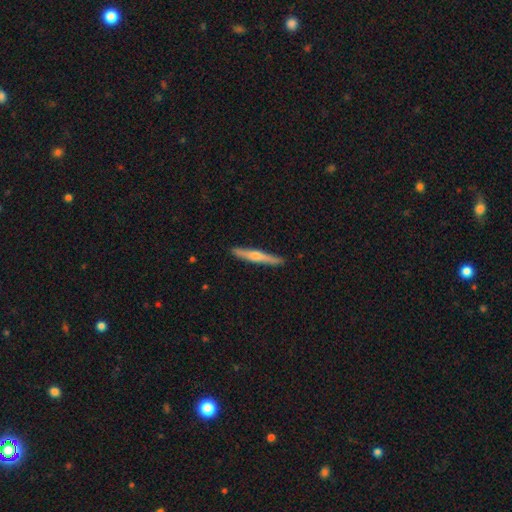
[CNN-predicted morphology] Smooth or featured? featured or disk (59%)
Edge-on disk? yes (97%)
Edge-on bulge? rounded (82%)
Merging? none (91%)